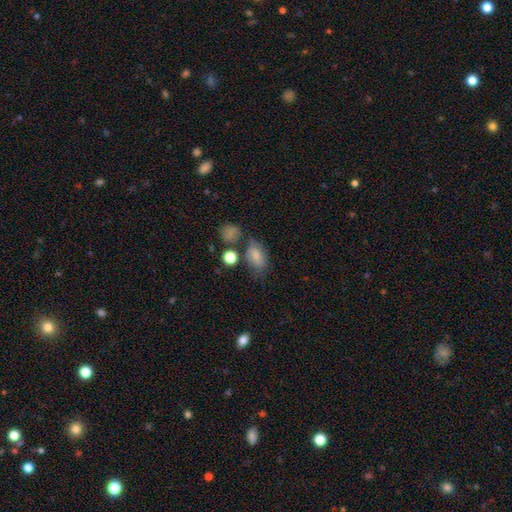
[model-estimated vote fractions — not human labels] Smooth or featured: smooth — 75% (featured or disk — 15%)
How rounded: in between — 85% (round — 13%)
Merging: none — 53% (minor disturbance — 23%)